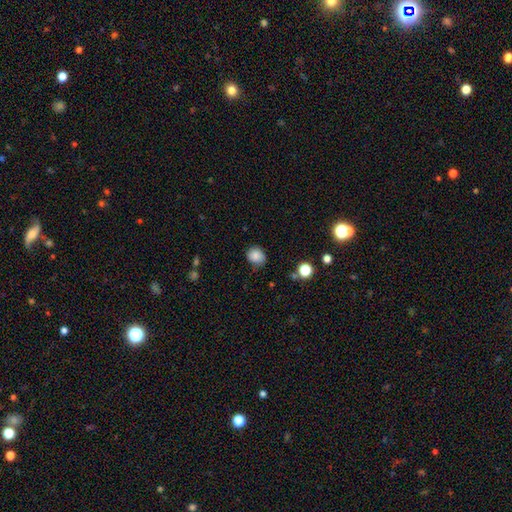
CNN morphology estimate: Smooth or featured? Predicted: smooth (p=0.84). How rounded? Predicted: round (p=0.68). Merging? Predicted: none (p=0.78).